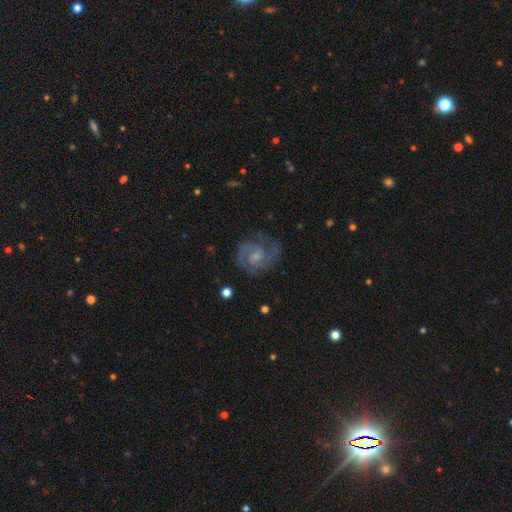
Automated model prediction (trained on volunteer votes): Q: Smooth or featured?
A: featured or disk (82%); runner-up: smooth (11%)
Q: Edge-on disk?
A: no (98%); runner-up: yes (2%)
Q: Bar?
A: no (59%); runner-up: weak (36%)
Q: Spiral arms?
A: yes (96%); runner-up: no (4%)
Q: Spiral winding?
A: tight (46%); runner-up: medium (44%)
Q: Spiral arm count?
A: 2 (80%); runner-up: can't tell (8%)
Q: Bulge size?
A: small (56%); runner-up: moderate (29%)
Q: Merging?
A: none (74%); runner-up: minor disturbance (16%)